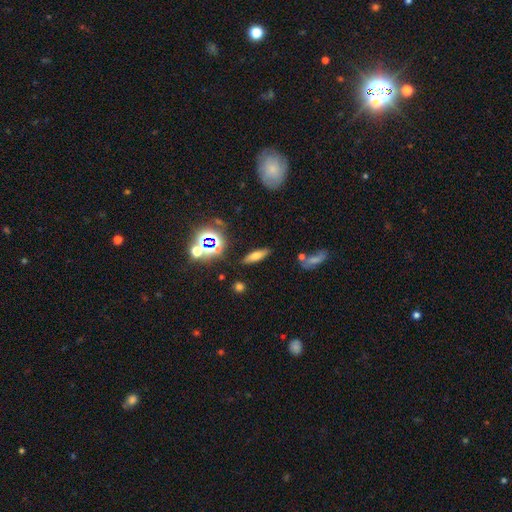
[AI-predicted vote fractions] Overall: smooth (60%; featured or disk 21%). How rounded: cigar-shaped (51%; in between 44%). Merging: none (84%).